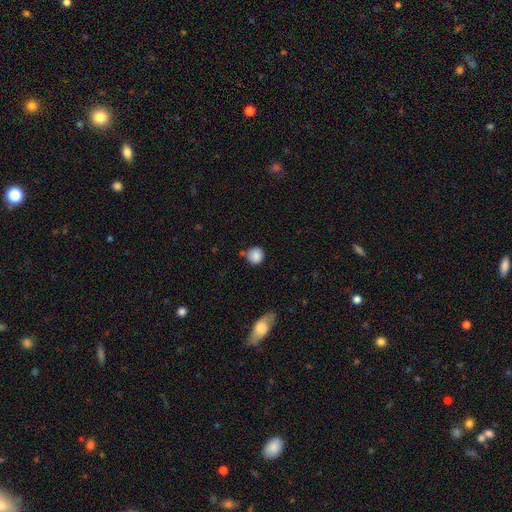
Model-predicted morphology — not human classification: Smooth or featured?
  - smooth: 86% *
  - star or artifact: 9%
  - featured or disk: 5%
How rounded?
  - round: 90% *
  - in between: 9%
  - cigar-shaped: 1%
Merging?
  - none: 75% *
  - minor disturbance: 16%
  - merger: 6%
  - major disturbance: 4%